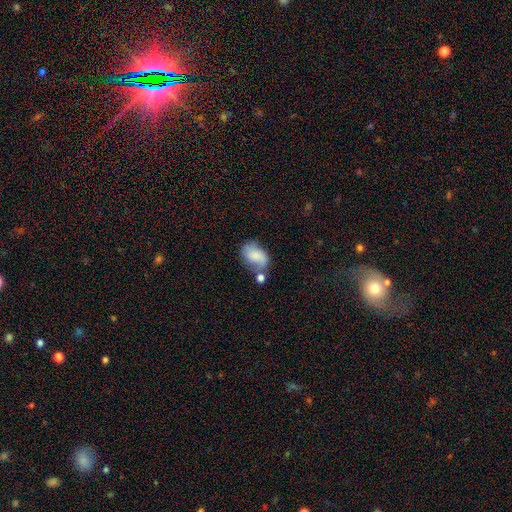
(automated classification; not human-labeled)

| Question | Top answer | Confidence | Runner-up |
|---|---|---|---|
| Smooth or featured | smooth | 67% | featured or disk (24%) |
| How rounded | in between | 84% | round (14%) |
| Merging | none | 41% | minor disturbance (26%) |